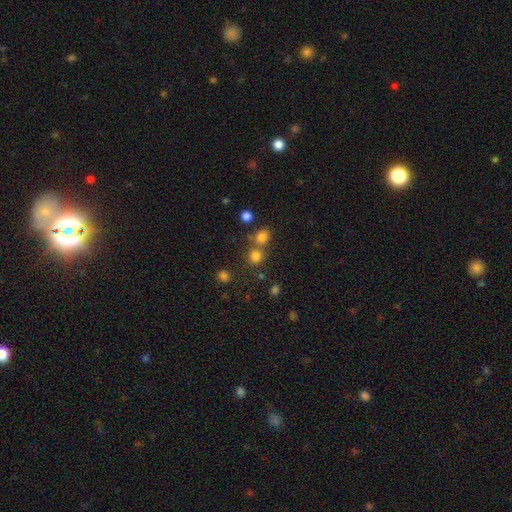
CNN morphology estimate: This is likely a smooth galaxy (76%). How rounded: clearly round (83%). Merging: possibly none (60%).